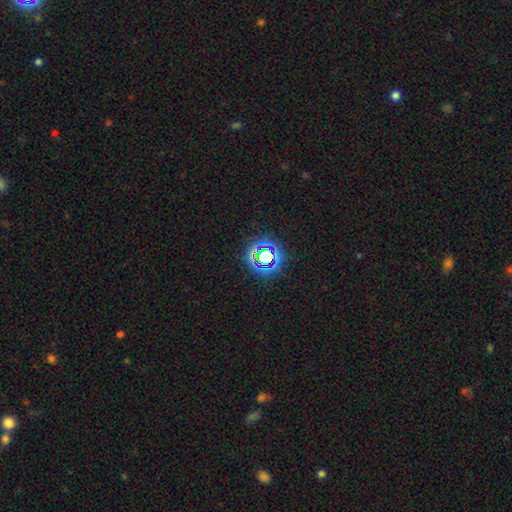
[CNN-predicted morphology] Smooth or featured: star or artifact — 64% (smooth — 24%)